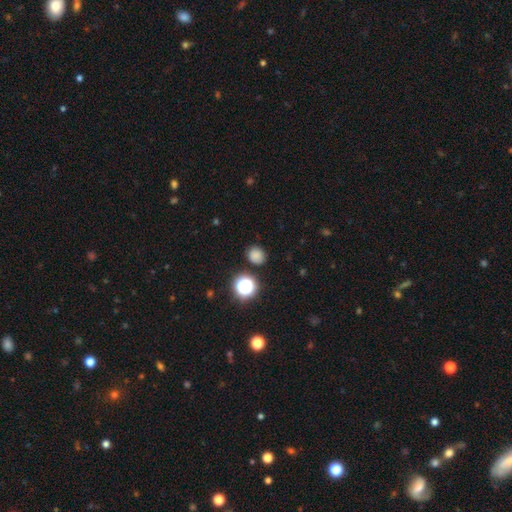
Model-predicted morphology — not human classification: smooth-or-featured: smooth: 78% | star or artifact: 18% | featured or disk: 5%
  how-rounded: round: 75% | in between: 24% | cigar-shaped: 1%
  merging: none: 82% | minor disturbance: 11% | major disturbance: 3% | merger: 3%